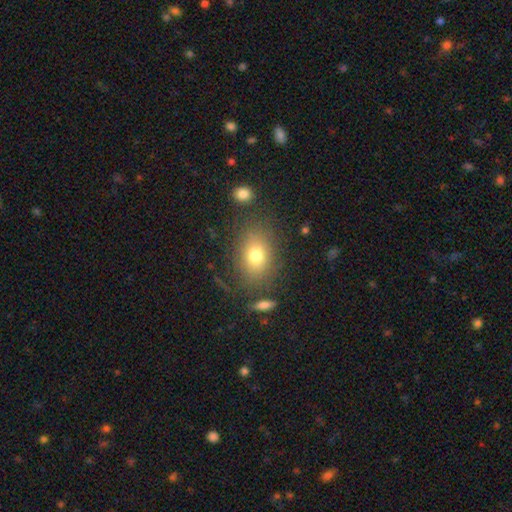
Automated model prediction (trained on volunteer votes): This is likely a smooth galaxy (75%). How rounded: likely in between (63%). Merging: likely none (78%).